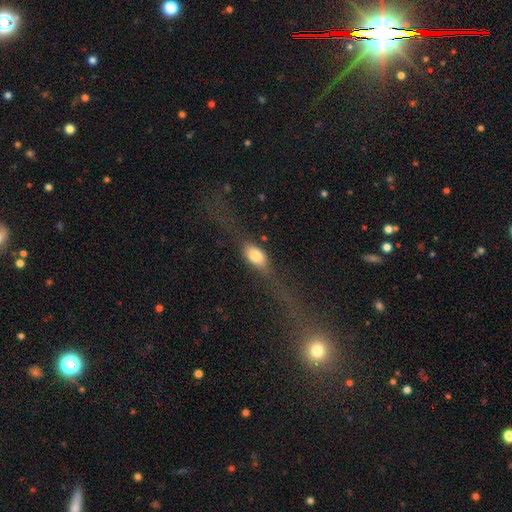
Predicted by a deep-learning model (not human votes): Smooth or featured: smooth — 65% (featured or disk — 26%)
How rounded: in between — 74% (cigar-shaped — 14%)
Merging: none — 41% (major disturbance — 35%)